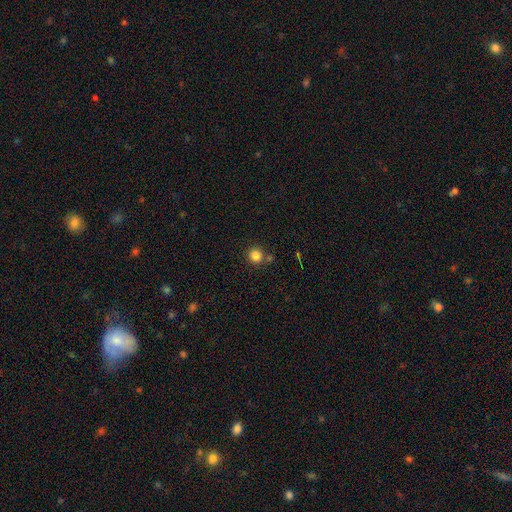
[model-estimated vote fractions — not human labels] This is clearly a smooth galaxy (84%). How rounded: clearly round (93%). Merging: likely none (77%).